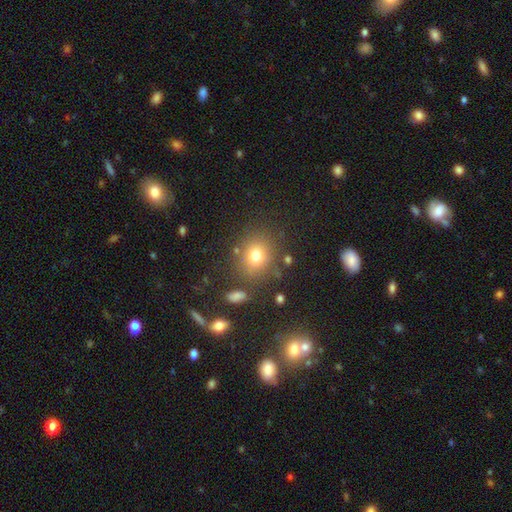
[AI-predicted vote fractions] Q: Smooth or featured?
A: smooth (75%); runner-up: star or artifact (15%)
Q: How rounded?
A: round (70%); runner-up: in between (29%)
Q: Merging?
A: none (79%); runner-up: minor disturbance (11%)